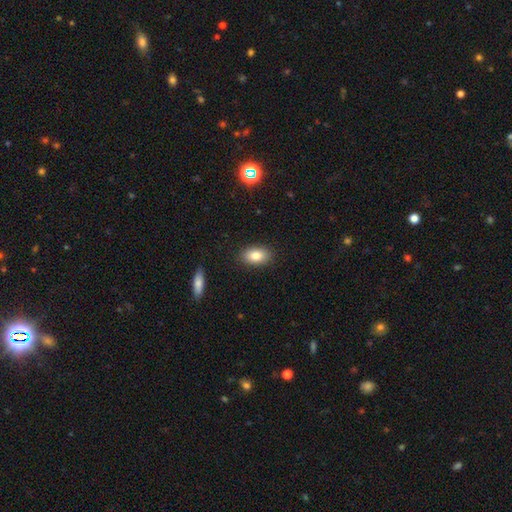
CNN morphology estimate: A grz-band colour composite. It shows a smooth galaxy with no disk features (83%) that is in between round and cigar-shaped (89%). Merging: none (87%).